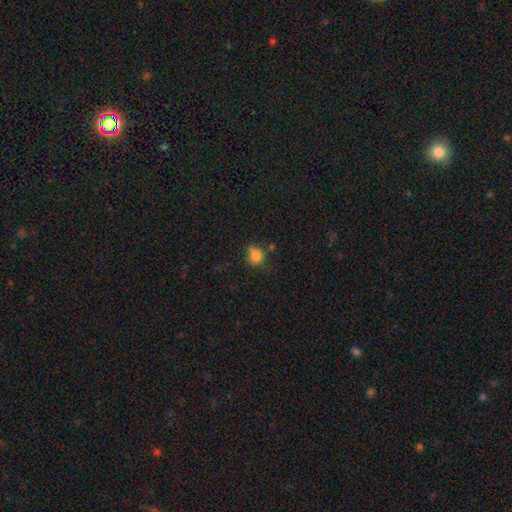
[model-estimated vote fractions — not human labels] Smooth or featured? Predicted: smooth (p=0.81). How rounded? Predicted: round (p=0.79). Merging? Predicted: none (p=0.62).